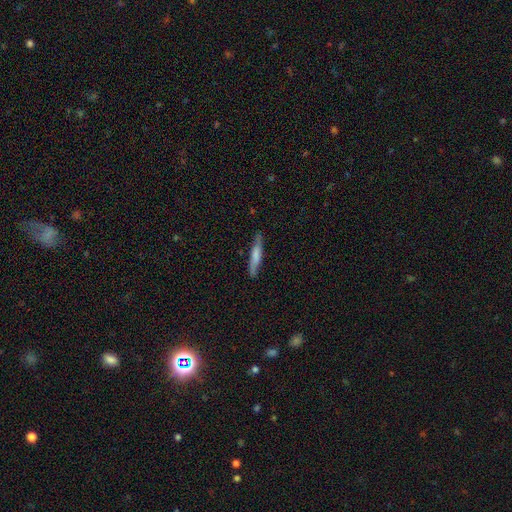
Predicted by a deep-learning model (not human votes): The model was most divided on "smooth or featured": smooth: 64%, featured or disk: 30%, star or artifact: 5%. More confident: how rounded — cigar-shaped (91%); merging — none (84%).